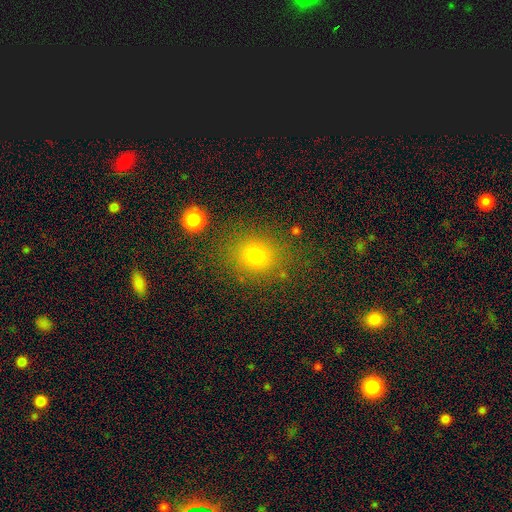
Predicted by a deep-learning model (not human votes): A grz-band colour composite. It shows a smooth galaxy with no disk features (74%) that is round (73%). Merging: none (81%).